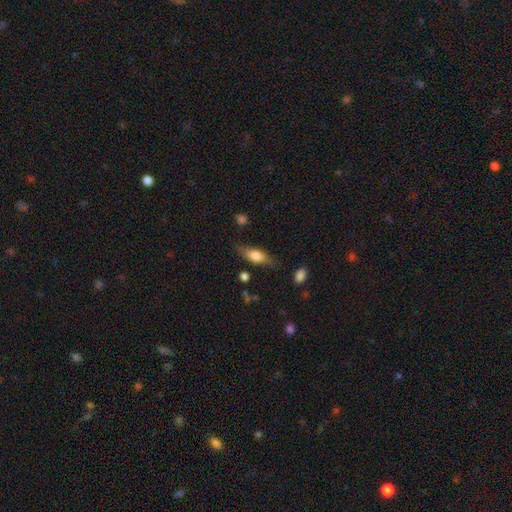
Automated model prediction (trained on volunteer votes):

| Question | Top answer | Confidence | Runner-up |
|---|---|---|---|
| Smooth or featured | smooth | 66% | featured or disk (27%) |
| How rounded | in between | 66% | cigar-shaped (30%) |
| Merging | none | 74% | minor disturbance (19%) |